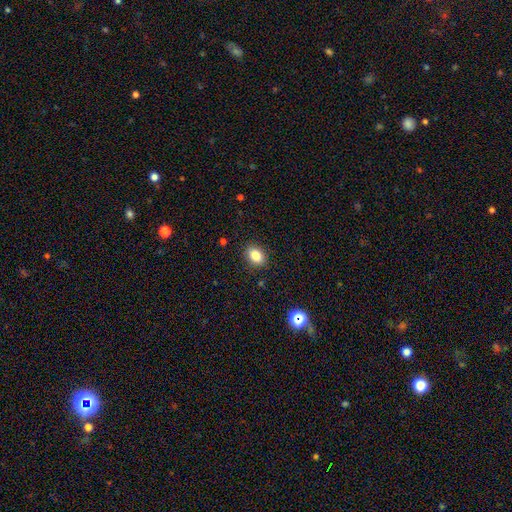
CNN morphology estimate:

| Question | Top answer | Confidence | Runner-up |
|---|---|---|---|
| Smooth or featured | smooth | 84% | star or artifact (10%) |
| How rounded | in between | 67% | round (32%) |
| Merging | none | 88% | minor disturbance (8%) |